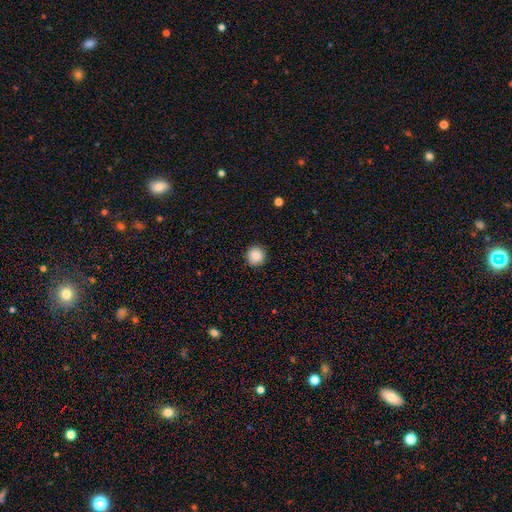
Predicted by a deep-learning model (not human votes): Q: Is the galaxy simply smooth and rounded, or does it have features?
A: smooth — 87%.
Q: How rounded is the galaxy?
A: round — 95%.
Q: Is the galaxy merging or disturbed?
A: none — 92%.